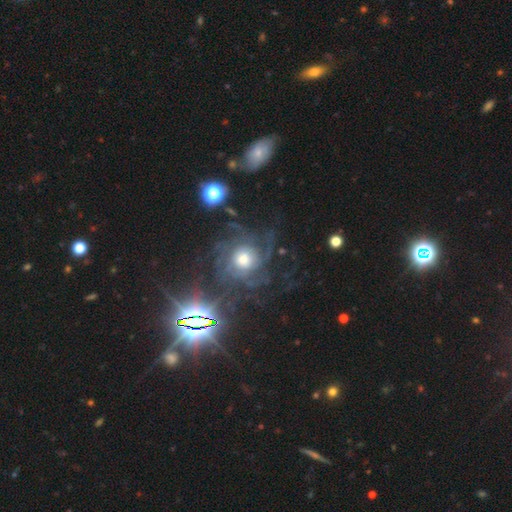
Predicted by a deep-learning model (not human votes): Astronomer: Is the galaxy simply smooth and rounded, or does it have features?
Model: featured or disk — 53% (runner-up: star or artifact, 32%).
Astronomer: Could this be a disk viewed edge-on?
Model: no — 93%.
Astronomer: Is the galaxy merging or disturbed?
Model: none — 69%.